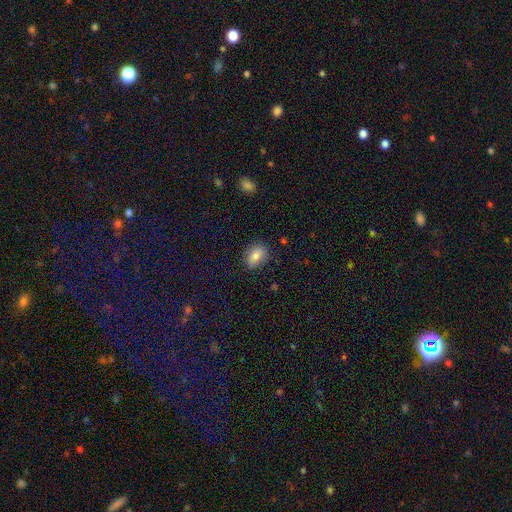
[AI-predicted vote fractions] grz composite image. It shows a smooth galaxy with no disk features (82%) that is in between round and cigar-shaped (77%). Merging: none (83%).